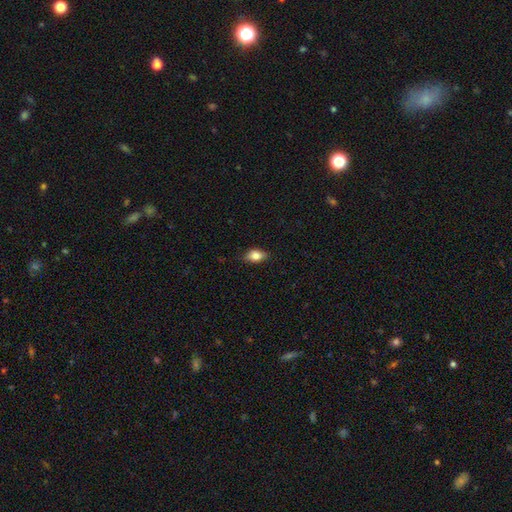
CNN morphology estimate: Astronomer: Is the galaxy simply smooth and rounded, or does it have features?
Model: smooth — 82%.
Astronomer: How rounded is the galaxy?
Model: in between — 86%.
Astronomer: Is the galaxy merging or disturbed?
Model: none — 83%.